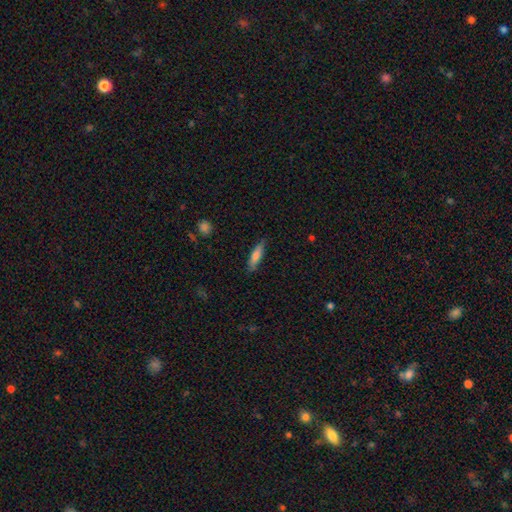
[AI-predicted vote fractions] Morphology: type=smooth (75%); roundness=cigar-shaped (75%); merging=none (84%).